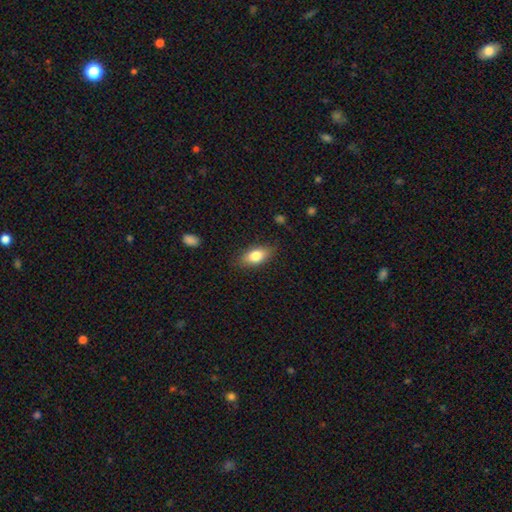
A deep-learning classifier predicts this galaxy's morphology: A smooth galaxy with no disk features (79%) that is in between round and cigar-shaped (84%). Merging: none (84%).